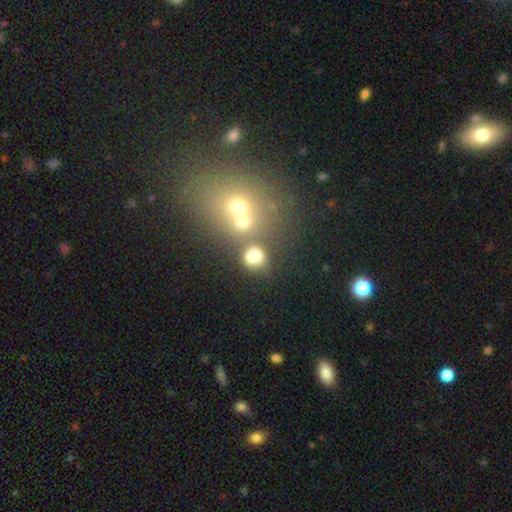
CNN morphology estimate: type=smooth (71%); roundness=round (65%); merging=none (46%).